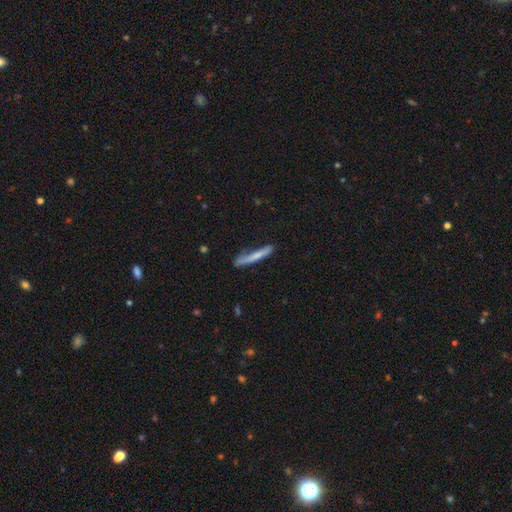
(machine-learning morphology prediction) smooth-or-featured: smooth: 64% | featured or disk: 30% | star or artifact: 6%
  how-rounded: cigar-shaped: 95% | in between: 4% | round: 1%
  merging: none: 68% | minor disturbance: 23% | major disturbance: 6% | merger: 3%